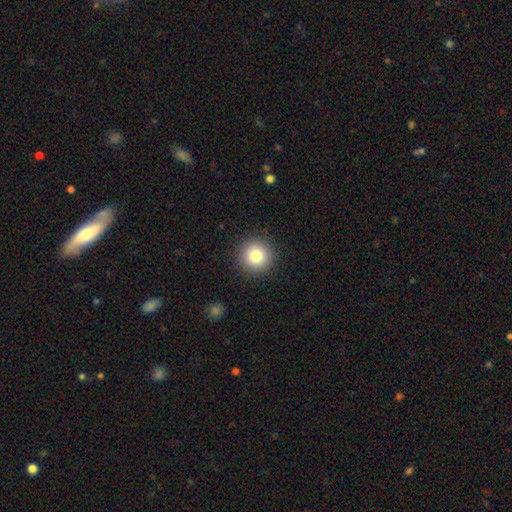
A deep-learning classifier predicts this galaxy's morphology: type=smooth (82%); roundness=round (95%); merging=none (91%).